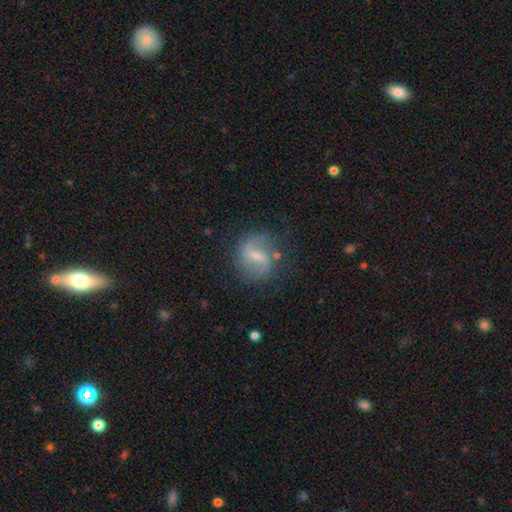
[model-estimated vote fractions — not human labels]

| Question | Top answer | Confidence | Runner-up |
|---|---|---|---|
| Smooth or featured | featured or disk | 75% | smooth (18%) |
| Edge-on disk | no | 96% | yes (4%) |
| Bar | weak | 49% | strong (36%) |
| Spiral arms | yes | 86% | no (14%) |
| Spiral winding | loose | 53% | medium (37%) |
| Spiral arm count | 2 | 86% | can't tell (6%) |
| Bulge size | small | 54% | moderate (30%) |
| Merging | none | 73% | minor disturbance (17%) |